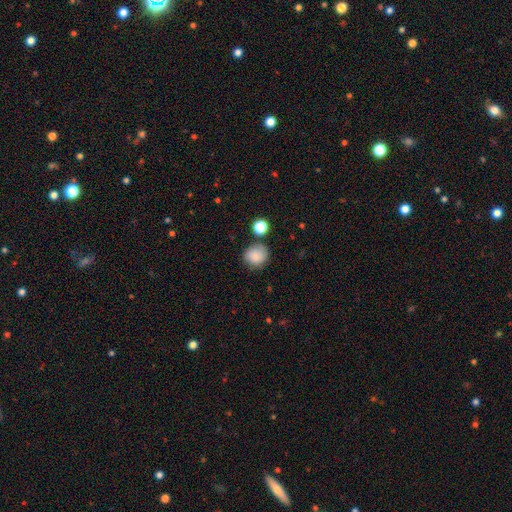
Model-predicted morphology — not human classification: A smooth galaxy with no disk features (85%) that is round (81%).

Vote fractions:
- Smooth or featured? smooth: 85% / star or artifact: 9% / featured or disk: 6%
- How rounded? round: 81% / in between: 18% / cigar-shaped: 1%
- Merging? none: 75% / minor disturbance: 15% / merger: 6% / major disturbance: 4%